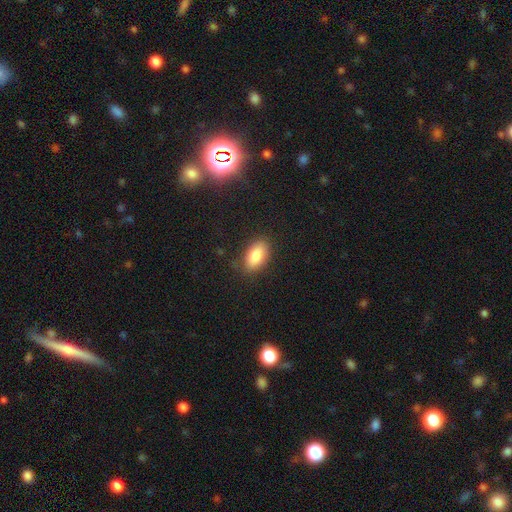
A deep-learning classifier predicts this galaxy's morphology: Smooth or featured: smooth — 84% (featured or disk — 8%)
How rounded: in between — 92% (round — 6%)
Merging: none — 83% (minor disturbance — 13%)